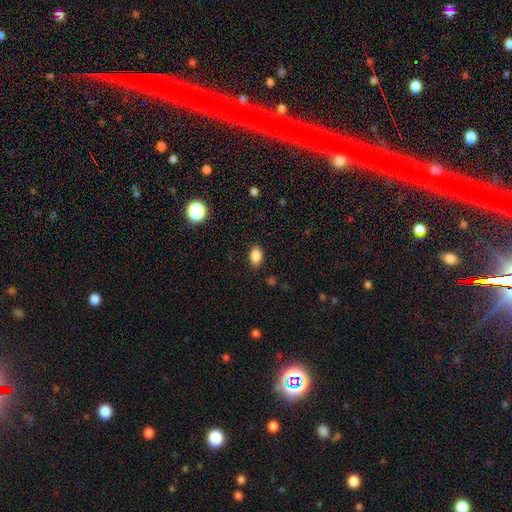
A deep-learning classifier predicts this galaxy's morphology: smooth-or-featured: smooth: 85% | star or artifact: 10% | featured or disk: 5%
  how-rounded: in between: 85% | round: 14% | cigar-shaped: 2%
  merging: none: 86% | minor disturbance: 10% | major disturbance: 3% | merger: 1%